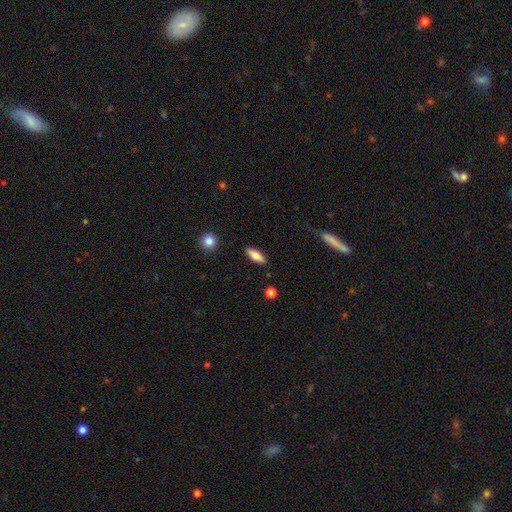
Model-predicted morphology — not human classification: The model was most divided on "how rounded": in between: 71%, cigar-shaped: 26%, round: 3%. More confident: merging — none (87%); smooth or featured — smooth (78%).